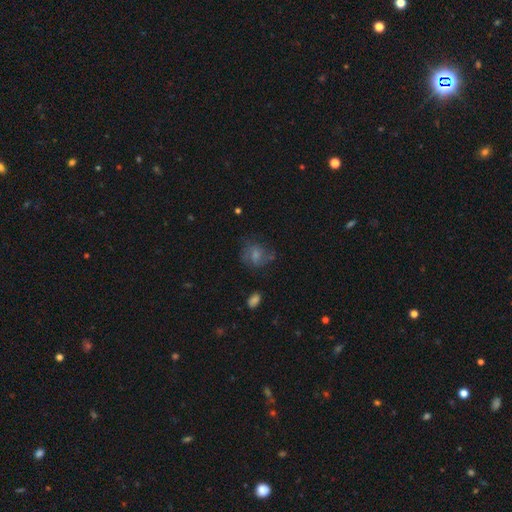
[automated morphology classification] Overall: featured or disk (46%; smooth 32%). Merging: none (65%).